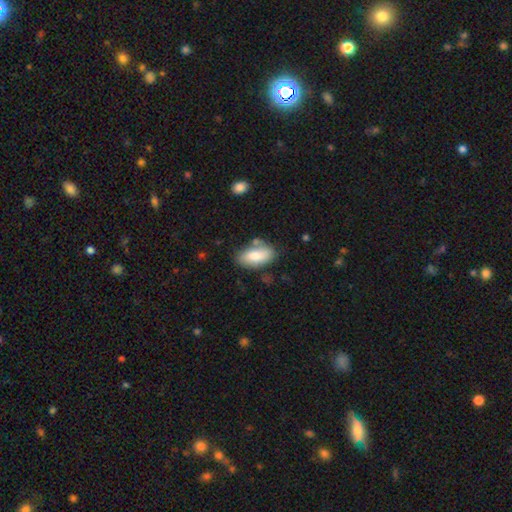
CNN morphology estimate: Overall: smooth (78%). How rounded: in between (92%). Merging: none (69%).